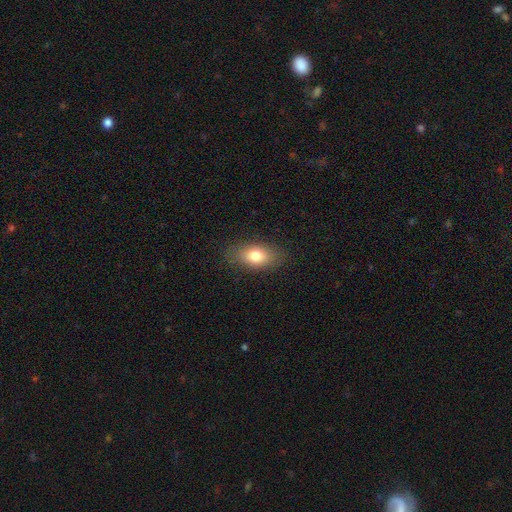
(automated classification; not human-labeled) Morphology: type=smooth (78%); roundness=in between (87%); merging=none (83%).